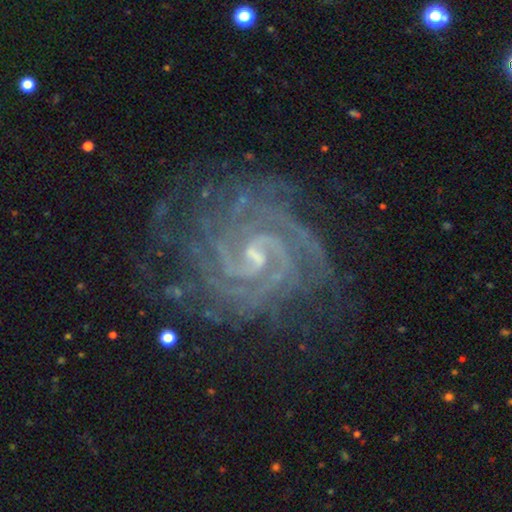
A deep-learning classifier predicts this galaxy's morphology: Smooth or featured: featured or disk — 92% (star or artifact — 5%)
Edge-on disk: no — 98% (yes — 2%)
Bar: weak — 52% (no — 26%)
Spiral arms: yes — 99% (no — 1%)
Spiral winding: tight — 77% (medium — 20%)
Spiral arm count: 2 — 45% (3 — 16%)
Bulge size: small — 71% (moderate — 21%)
Merging: none — 74% (minor disturbance — 17%)